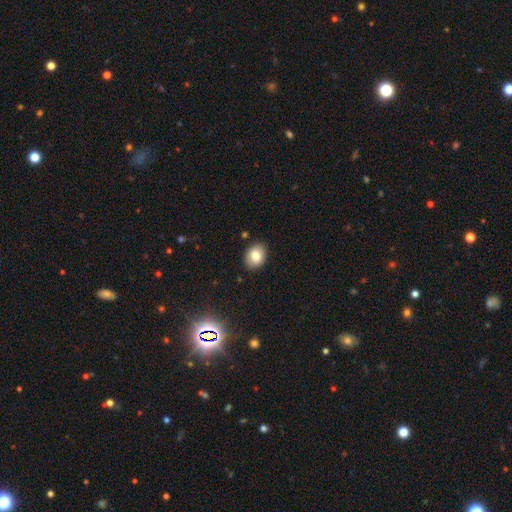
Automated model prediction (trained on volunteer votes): Q: Smooth or featured?
A: smooth (80%); runner-up: featured or disk (11%)
Q: How rounded?
A: in between (63%); runner-up: round (36%)
Q: Merging?
A: none (87%); runner-up: minor disturbance (10%)